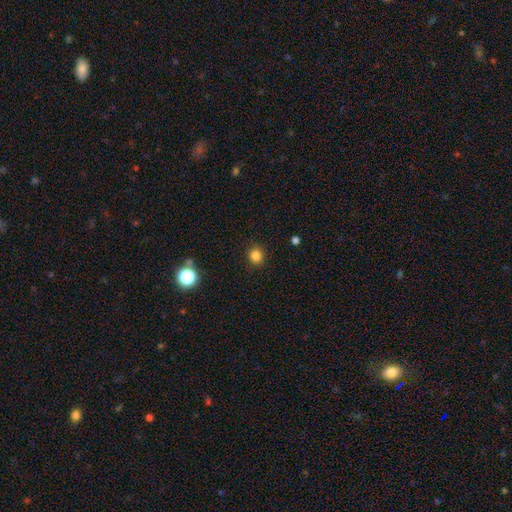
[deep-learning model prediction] Smooth or featured: smooth — 83% (star or artifact — 13%)
How rounded: round — 88% (in between — 11%)
Merging: none — 90% (minor disturbance — 7%)